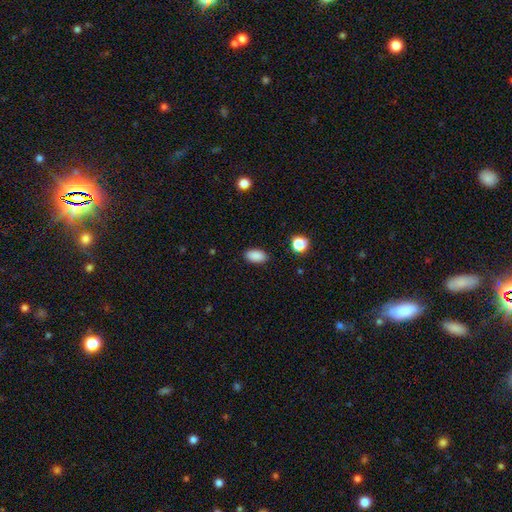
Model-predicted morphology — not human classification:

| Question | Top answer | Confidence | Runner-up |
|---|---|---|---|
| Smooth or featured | smooth | 88% | star or artifact (9%) |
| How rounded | in between | 92% | round (6%) |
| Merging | none | 88% | minor disturbance (8%) |